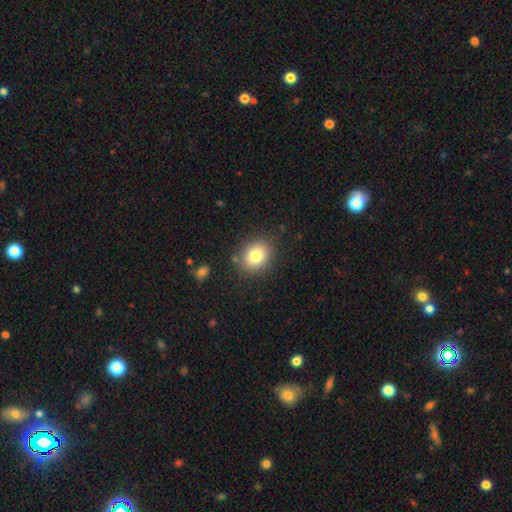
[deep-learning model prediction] Smooth or featured? smooth (80%)
How rounded? round (54%)
Merging? none (85%)